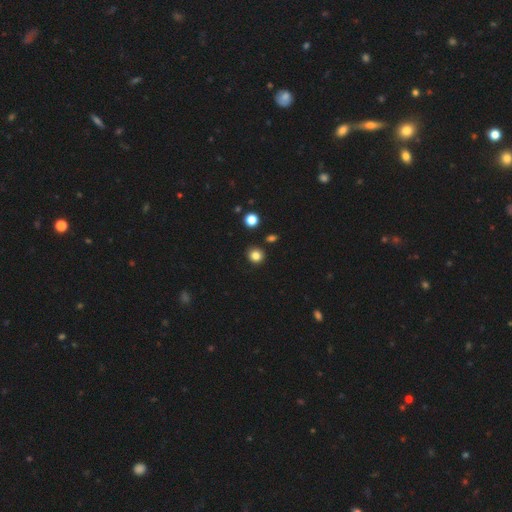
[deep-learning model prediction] smooth_or_featured: smooth (p=0.83) [alt: star or artifact p=0.12]
how_rounded: round (p=0.89) [alt: in between p=0.10]
merging: none (p=0.89) [alt: minor disturbance p=0.07]